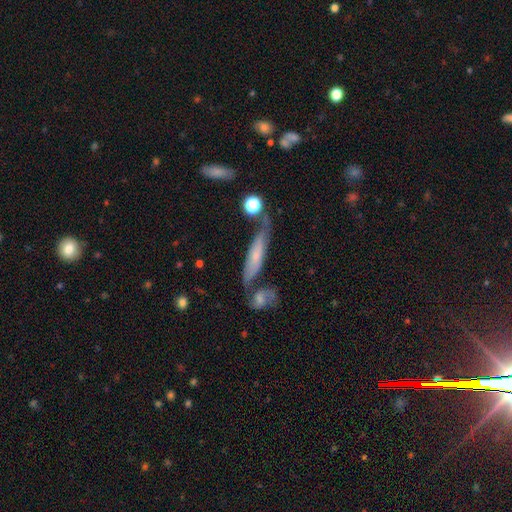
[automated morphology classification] Overall: featured or disk (52%; smooth 40%). Edge-on disk: yes (56%; no 44%). Merging: none (46%; minor disturbance 22%).